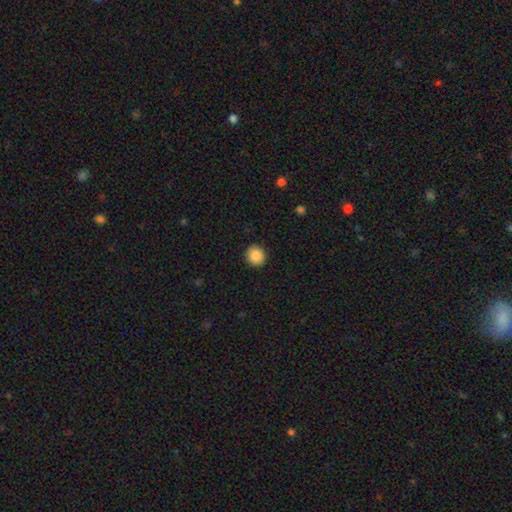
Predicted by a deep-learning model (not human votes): This appears to be a smooth galaxy with no disk features (88%) that is round (89%). Merging: none (92%).